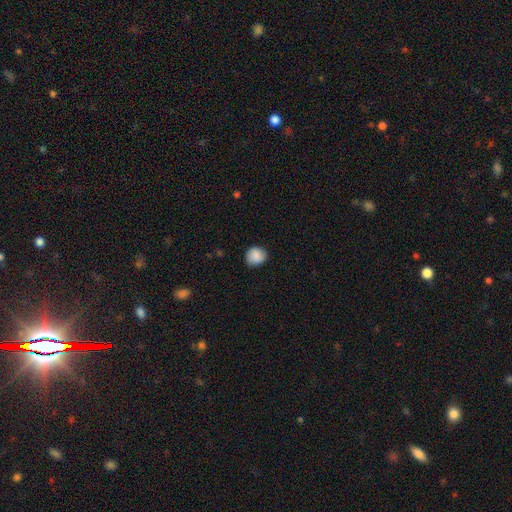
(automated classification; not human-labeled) The model was most divided on "how rounded": round: 82%, in between: 17%, cigar-shaped: 1%. More confident: smooth or featured — smooth (87%); merging — none (84%).